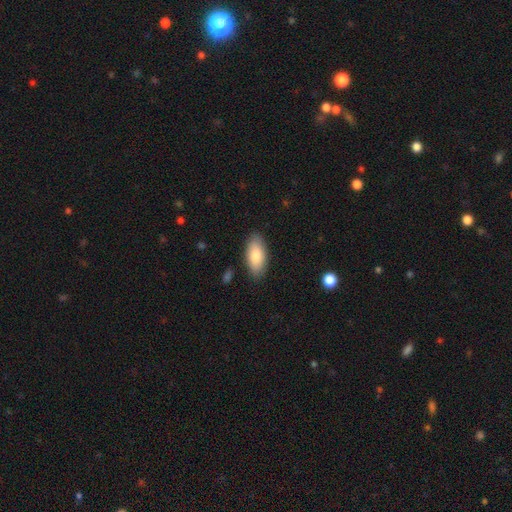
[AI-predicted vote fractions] Overall: smooth (81%). How rounded: in between (89%). Merging: none (87%).